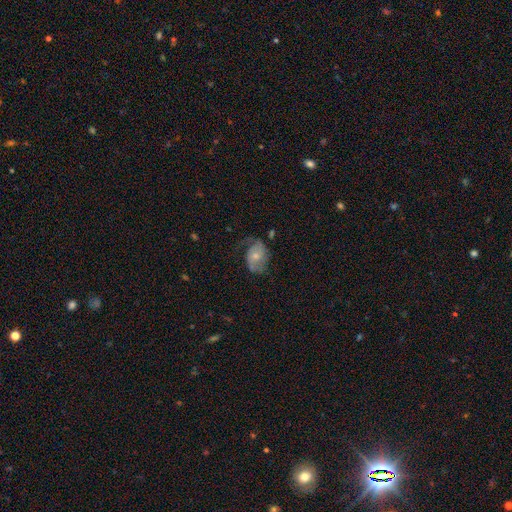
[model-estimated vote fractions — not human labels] Overall: featured or disk (61%; smooth 32%). Edge-on disk: no (97%). Bar: no (60%; weak 33%). Spiral arms: yes (85%). Spiral arm count: 2 (66%). Spiral winding: loose (41%, tied with medium). Bulge size: small (45%, tied with moderate). Merging: none (46%; major disturbance 27%).